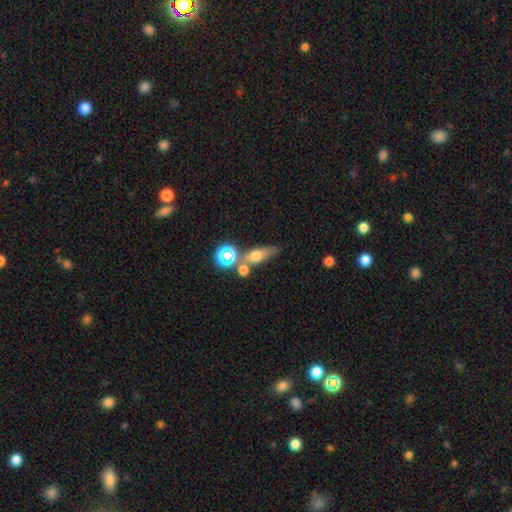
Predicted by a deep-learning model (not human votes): Overall: smooth (58%; featured or disk 26%). How rounded: in between (48%; cigar-shaped 34%). Merging: none (55%; merger 25%).